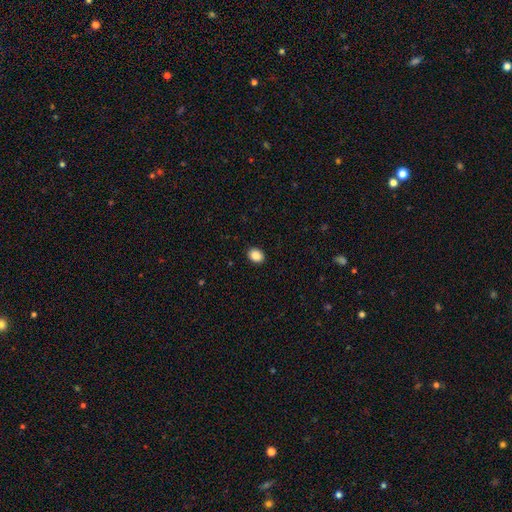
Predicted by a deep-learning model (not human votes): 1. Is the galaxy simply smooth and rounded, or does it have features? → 88% smooth, 9% star or artifact, 3% featured or disk.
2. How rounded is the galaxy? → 58% in between, 41% round, 1% cigar-shaped.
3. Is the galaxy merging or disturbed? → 91% none, 6% minor disturbance, 2% major disturbance, 1% merger.